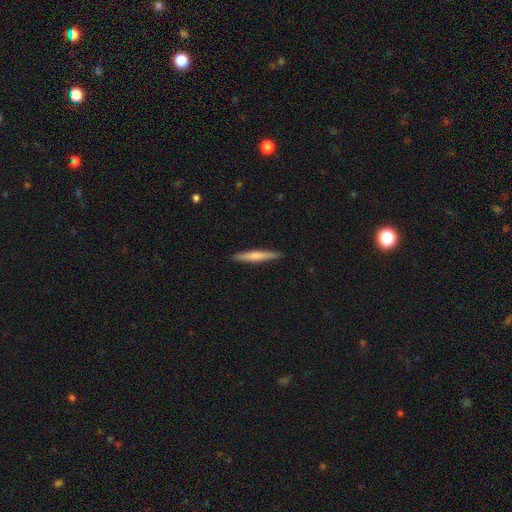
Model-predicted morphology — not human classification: A smooth galaxy with no disk features (60%) that is cigar-shaped (94%). Merging: none (91%).